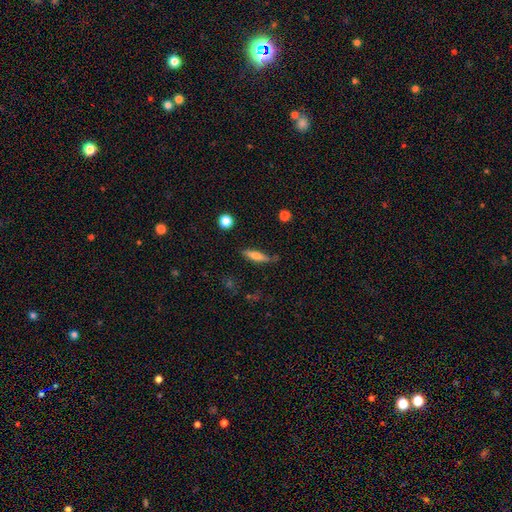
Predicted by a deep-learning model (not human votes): This is likely a smooth galaxy (64%). How rounded: likely cigar-shaped (73%). Merging: likely none (74%).